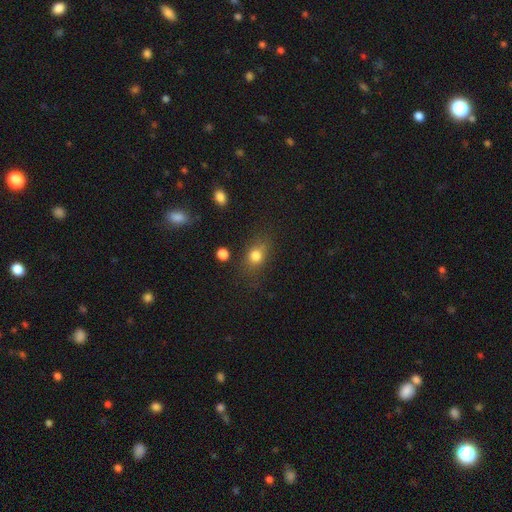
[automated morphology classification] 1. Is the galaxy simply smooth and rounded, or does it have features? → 79% smooth, 12% star or artifact, 9% featured or disk.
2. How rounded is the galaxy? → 54% in between, 43% round, 3% cigar-shaped.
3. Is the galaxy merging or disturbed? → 69% none, 19% minor disturbance, 8% major disturbance, 4% merger.